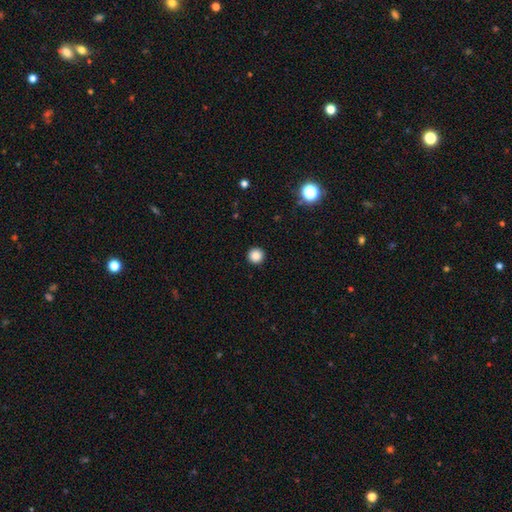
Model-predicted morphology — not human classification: Overall: smooth (87%). How rounded: round (96%). Merging: none (93%).